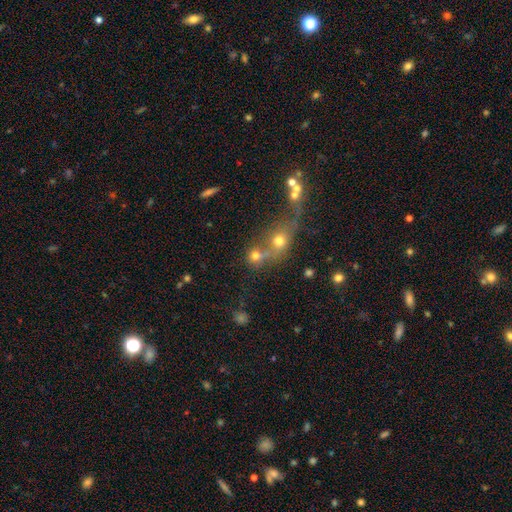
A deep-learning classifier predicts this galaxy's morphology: A smooth galaxy with no disk features (71%) that is round (80%). Merging: merger (46%).